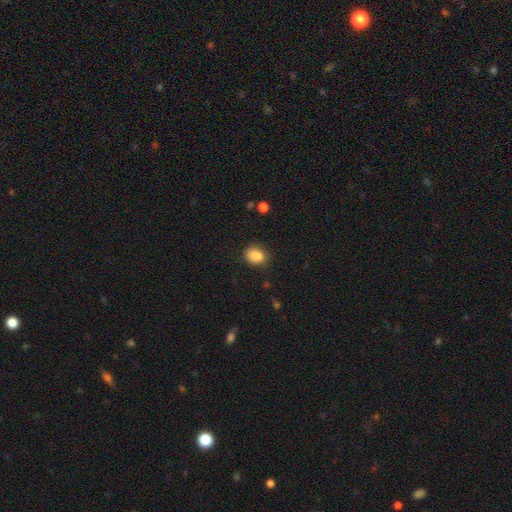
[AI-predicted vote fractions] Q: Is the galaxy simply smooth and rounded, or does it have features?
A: smooth — 86%.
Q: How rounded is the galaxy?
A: in between — 54%.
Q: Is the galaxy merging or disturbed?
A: none — 74%.